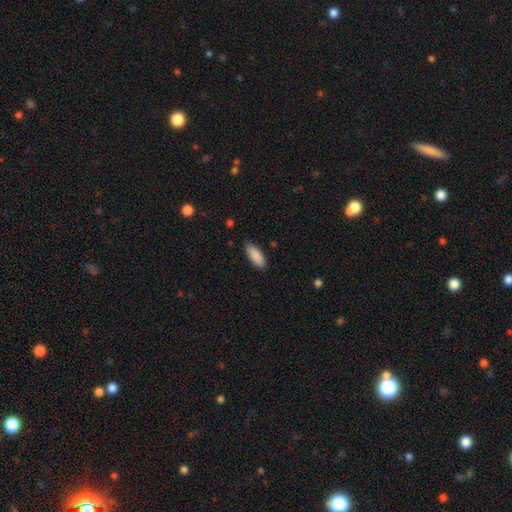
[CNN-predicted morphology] Smooth or featured: smooth — 89% (star or artifact — 6%)
How rounded: in between — 73% (cigar-shaped — 26%)
Merging: none — 80% (minor disturbance — 16%)